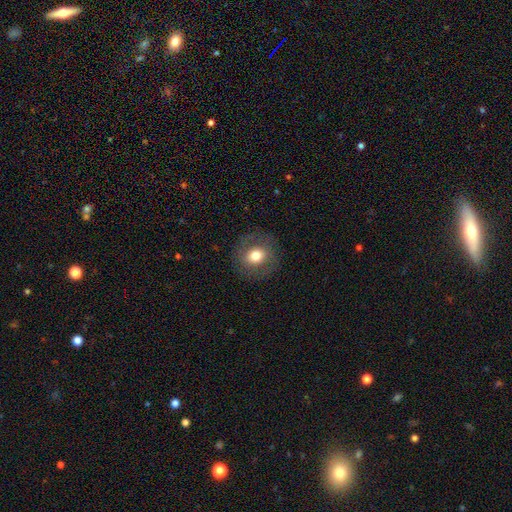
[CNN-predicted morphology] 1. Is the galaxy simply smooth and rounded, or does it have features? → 71% smooth, 20% featured or disk, 9% star or artifact.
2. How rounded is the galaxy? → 79% round, 20% in between, 1% cigar-shaped.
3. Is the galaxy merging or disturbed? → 84% none, 10% minor disturbance, 5% major disturbance, 1% merger.